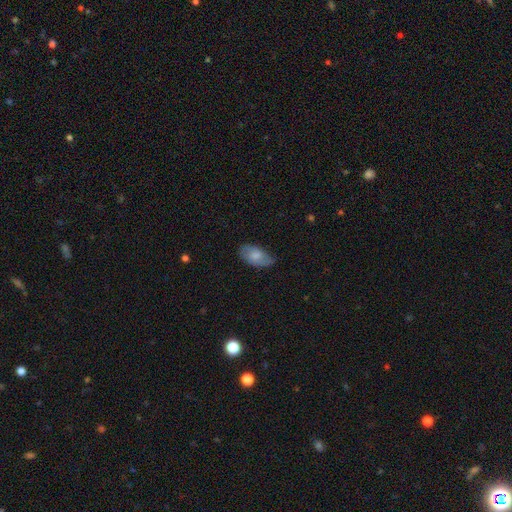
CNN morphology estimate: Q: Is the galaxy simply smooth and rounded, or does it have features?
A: smooth — 70%.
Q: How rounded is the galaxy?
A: in between — 94%.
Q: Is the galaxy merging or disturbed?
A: none — 66%.